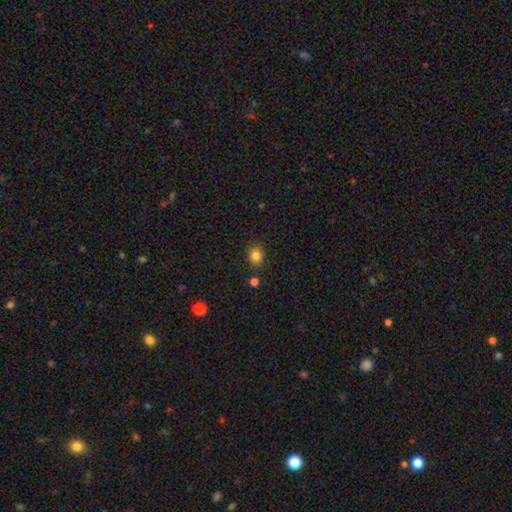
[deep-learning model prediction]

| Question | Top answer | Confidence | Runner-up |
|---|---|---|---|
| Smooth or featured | smooth | 83% | star or artifact (12%) |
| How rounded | round | 63% | in between (36%) |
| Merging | none | 85% | minor disturbance (9%) |